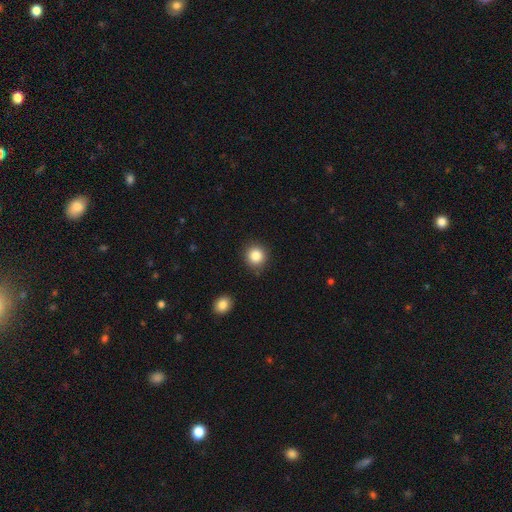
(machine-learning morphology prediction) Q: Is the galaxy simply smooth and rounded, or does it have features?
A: smooth — 85%.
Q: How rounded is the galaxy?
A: round — 90%.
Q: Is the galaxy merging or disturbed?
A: none — 88%.